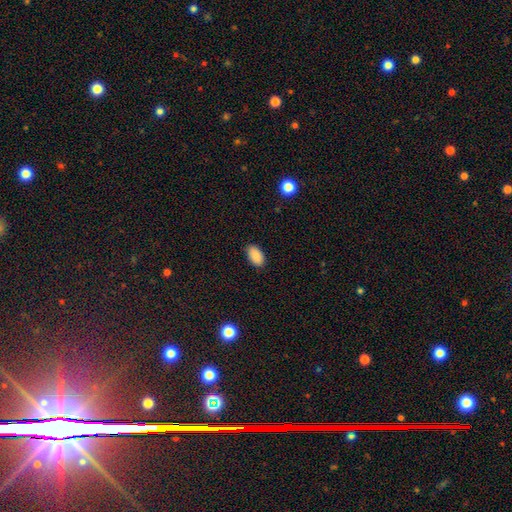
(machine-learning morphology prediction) Smooth or featured: smooth — 90% (star or artifact — 8%)
How rounded: in between — 94% (round — 5%)
Merging: none — 87% (minor disturbance — 10%)